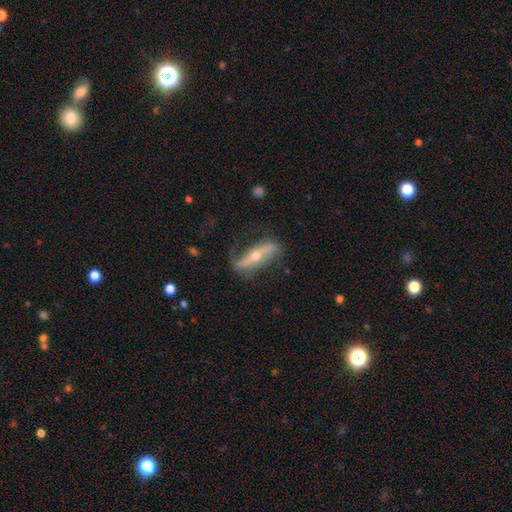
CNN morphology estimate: Smooth or featured? Predicted: featured or disk (p=0.81). Edge-on disk? Predicted: no (p=0.66). Bar? Predicted: strong (p=0.53). Spiral arms? Predicted: yes (p=0.87). Bulge size? Predicted: moderate (p=0.53). Merging? Predicted: none (p=0.73).